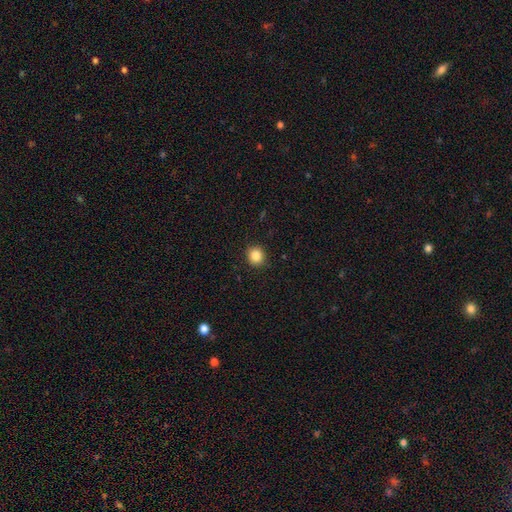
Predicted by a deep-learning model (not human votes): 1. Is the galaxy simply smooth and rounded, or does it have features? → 86% smooth, 10% star or artifact, 4% featured or disk.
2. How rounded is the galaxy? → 90% round, 10% in between, 1% cigar-shaped.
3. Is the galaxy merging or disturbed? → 91% none, 6% minor disturbance, 2% major disturbance, 1% merger.